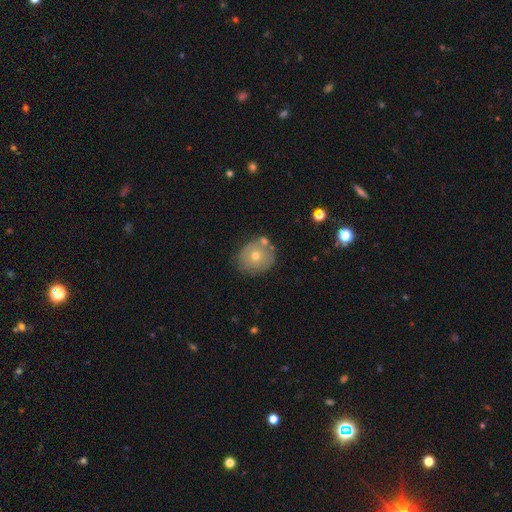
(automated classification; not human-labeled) This is possibly a smooth galaxy (59%). How rounded: clearly round (82%). Merging: likely none (74%).